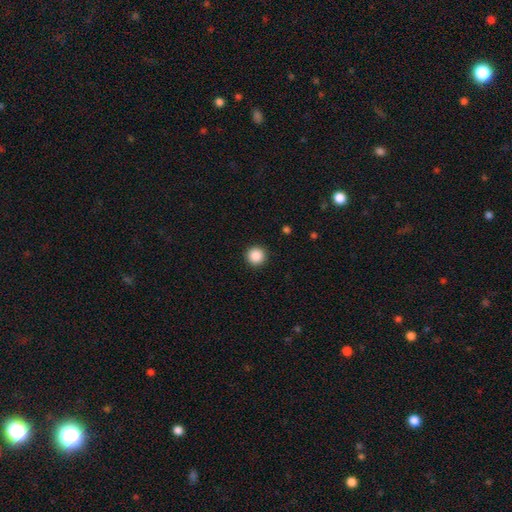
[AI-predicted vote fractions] smooth 88%, star or artifact 9%, featured or disk 3%. Down the decision tree: how rounded — round (96%); merging — none (93%).